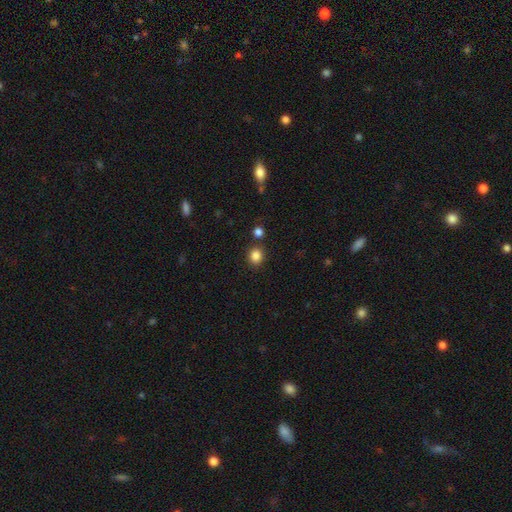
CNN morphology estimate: Overall: smooth (85%). How rounded: round (75%). Merging: none (83%).